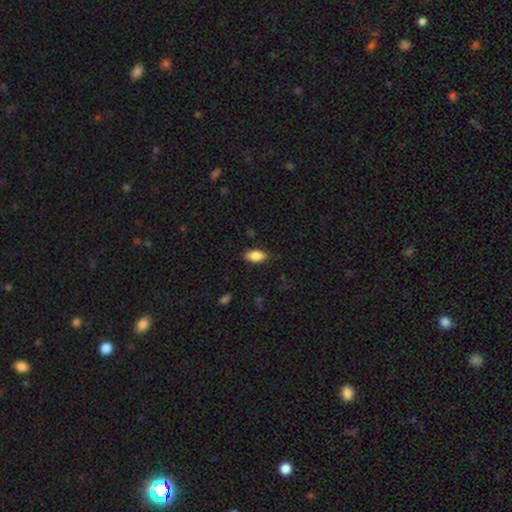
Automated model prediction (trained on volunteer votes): A smooth galaxy with no disk features (83%) that is in between round and cigar-shaped (90%).

Vote fractions:
- Smooth or featured? smooth: 83% / featured or disk: 10% / star or artifact: 7%
- How rounded? in between: 90% / cigar-shaped: 6% / round: 4%
- Merging? none: 84% / minor disturbance: 12% / major disturbance: 3% / merger: 1%